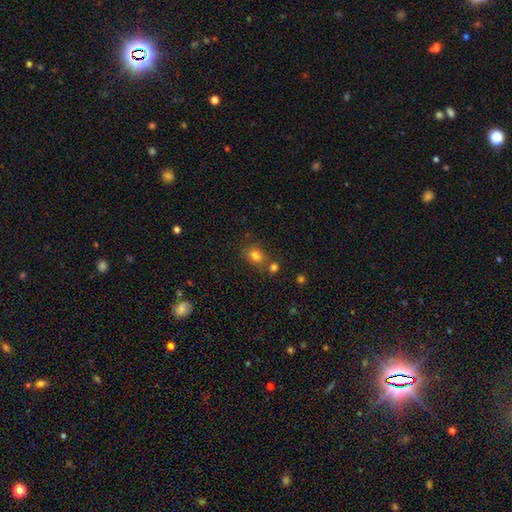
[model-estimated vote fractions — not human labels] A smooth galaxy with no disk features (79%) that is round (61%). Merging: none (63%).